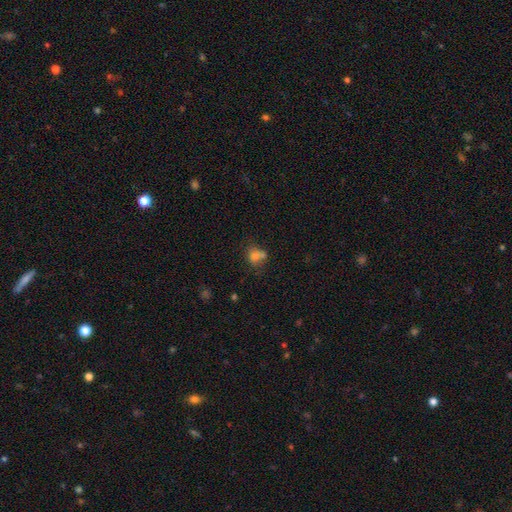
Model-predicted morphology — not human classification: type=smooth (73%); roundness=round (59%); merging=merger (40%).